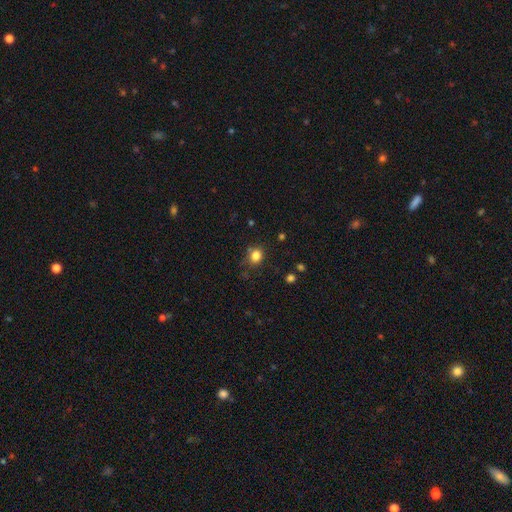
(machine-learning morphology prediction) A smooth galaxy with no disk features (82%) that is round (63%).

Vote fractions:
- Smooth or featured? smooth: 82% / star or artifact: 13% / featured or disk: 6%
- How rounded? round: 63% / in between: 36% / cigar-shaped: 1%
- Merging? none: 73% / minor disturbance: 17% / major disturbance: 5% / merger: 5%